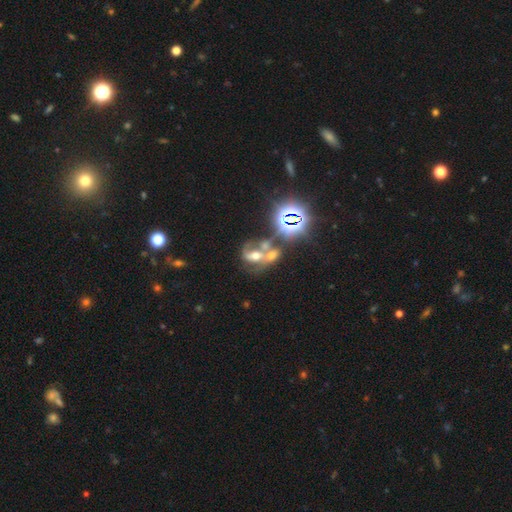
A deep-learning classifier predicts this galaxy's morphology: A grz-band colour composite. It shows a featured or disk galaxy (47%). Merging: merger (60%).